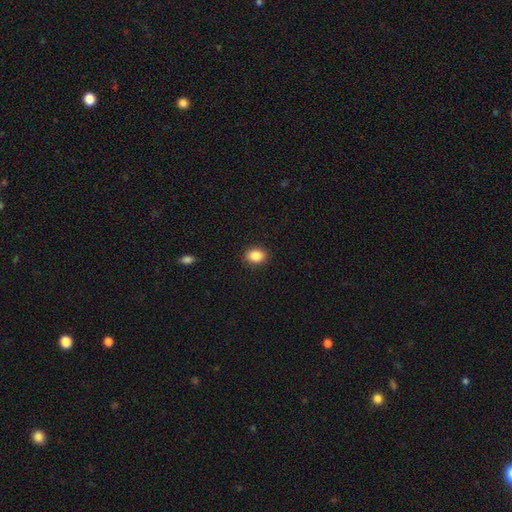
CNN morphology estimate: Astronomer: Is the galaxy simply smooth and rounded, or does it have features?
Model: smooth — 88%.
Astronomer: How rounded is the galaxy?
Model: in between — 60% (runner-up: round, 39%).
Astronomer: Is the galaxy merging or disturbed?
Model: none — 90%.